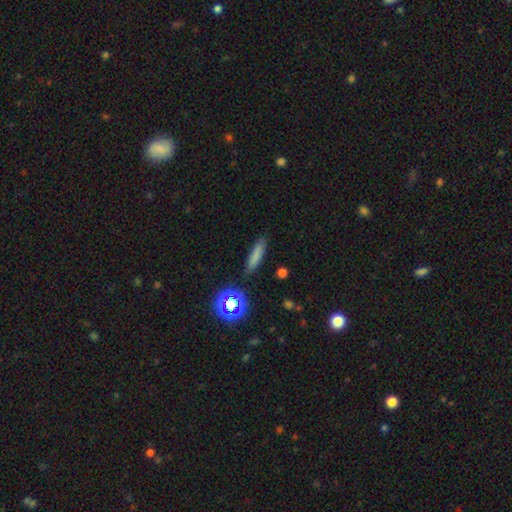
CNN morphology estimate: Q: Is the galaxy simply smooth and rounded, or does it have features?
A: smooth — 74%.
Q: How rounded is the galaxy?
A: cigar-shaped — 79%.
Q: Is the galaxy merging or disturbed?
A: none — 84%.